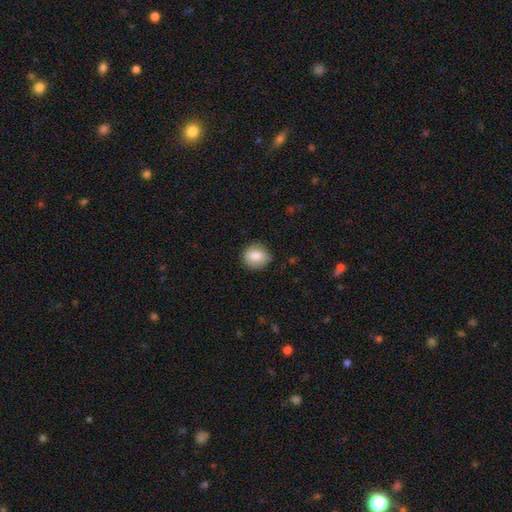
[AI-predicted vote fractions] This is likely a smooth galaxy (80%). How rounded: clearly round (86%). Merging: clearly none (84%).